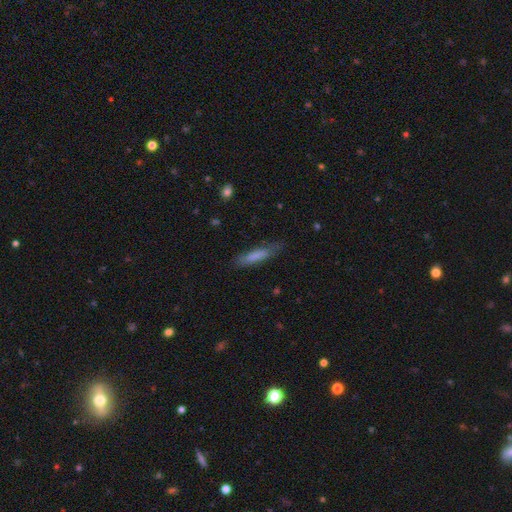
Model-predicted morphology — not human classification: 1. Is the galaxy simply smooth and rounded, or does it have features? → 75% smooth, 18% featured or disk, 7% star or artifact.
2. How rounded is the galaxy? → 83% cigar-shaped, 16% in between, 1% round.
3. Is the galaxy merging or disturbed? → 76% none, 18% minor disturbance, 5% major disturbance, 1% merger.